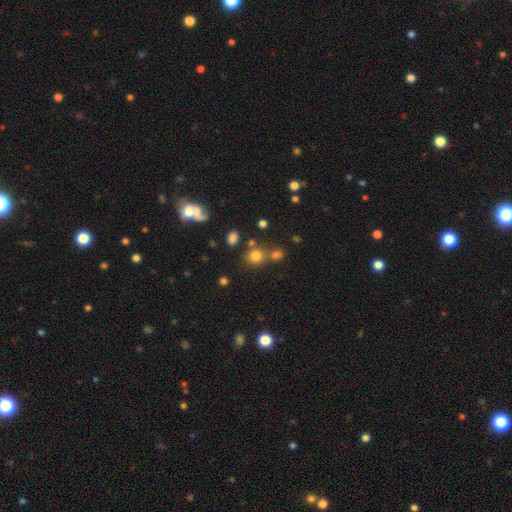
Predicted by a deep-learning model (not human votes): smooth-or-featured: smooth: 76% | star or artifact: 16% | featured or disk: 8%
  how-rounded: round: 79% | in between: 20% | cigar-shaped: 1%
  merging: none: 61% | merger: 24% | minor disturbance: 10% | major disturbance: 5%